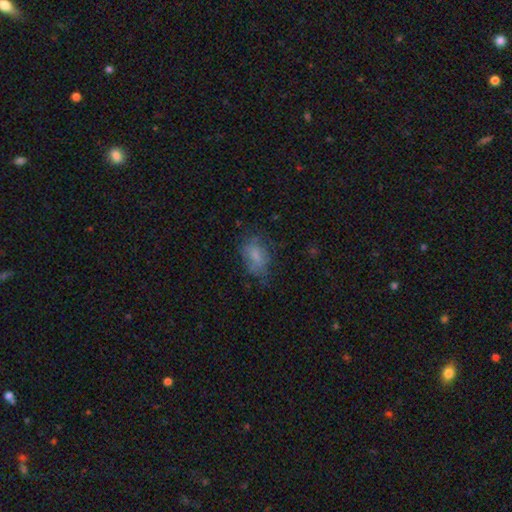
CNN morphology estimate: Smooth or featured? smooth (66%)
How rounded? in between (84%)
Merging? none (54%)